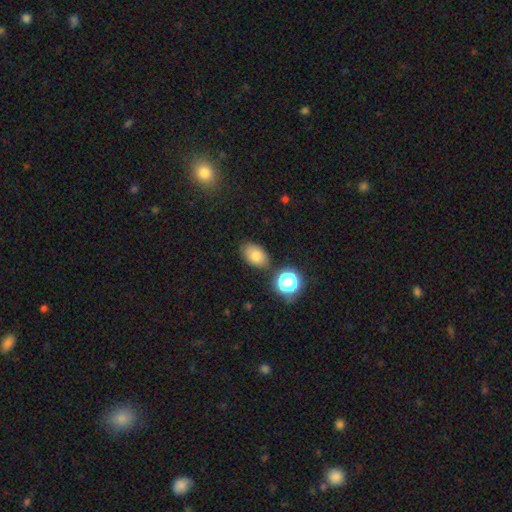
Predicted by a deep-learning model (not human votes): The model was most divided on "smooth or featured": smooth: 77%, star or artifact: 13%, featured or disk: 10%. More confident: how rounded — in between (83%); merging — none (78%).